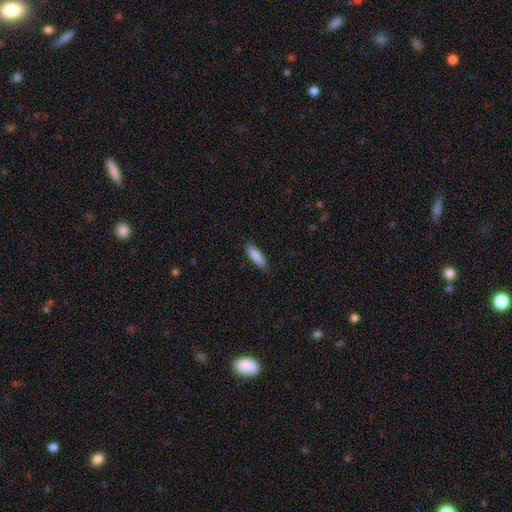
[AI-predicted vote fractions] Q: Smooth or featured?
A: smooth (88%); runner-up: featured or disk (6%)
Q: How rounded?
A: cigar-shaped (60%); runner-up: in between (39%)
Q: Merging?
A: none (83%); runner-up: minor disturbance (13%)